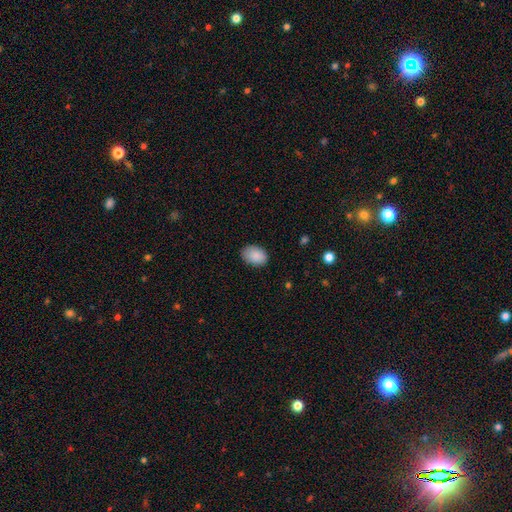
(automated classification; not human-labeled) This is clearly a smooth galaxy (88%). How rounded: clearly in between (85%). Merging: clearly none (81%).